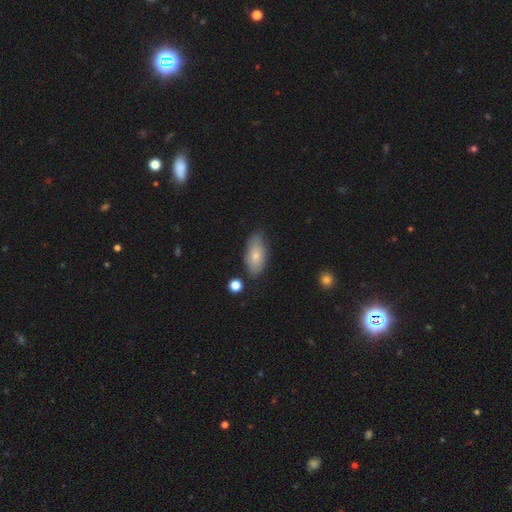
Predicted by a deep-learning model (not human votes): Smooth or featured? smooth (74%)
How rounded? in between (90%)
Merging? none (73%)